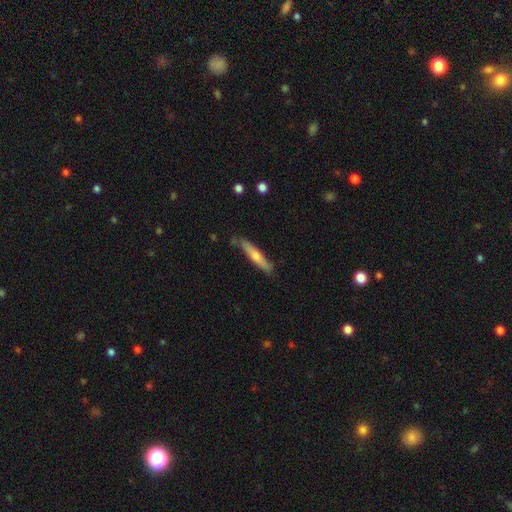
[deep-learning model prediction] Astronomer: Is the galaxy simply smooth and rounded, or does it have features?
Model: featured or disk — 49% (runner-up: smooth, 45%).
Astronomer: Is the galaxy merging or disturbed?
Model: none — 79%.